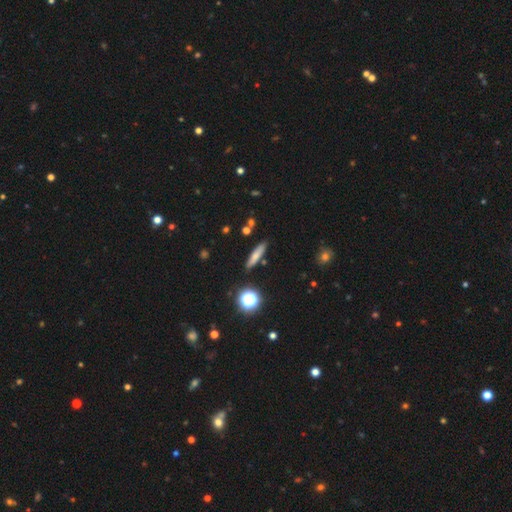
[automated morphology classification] smooth 70%, featured or disk 18%, star or artifact 12%. Down the decision tree: how rounded — cigar-shaped (80%); merging — none (86%).